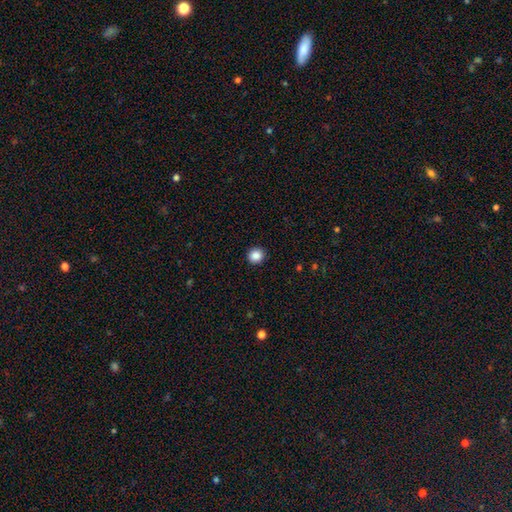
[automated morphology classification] This appears to be a smooth galaxy with no disk features (87%) that is round (91%). Merging: none (93%).